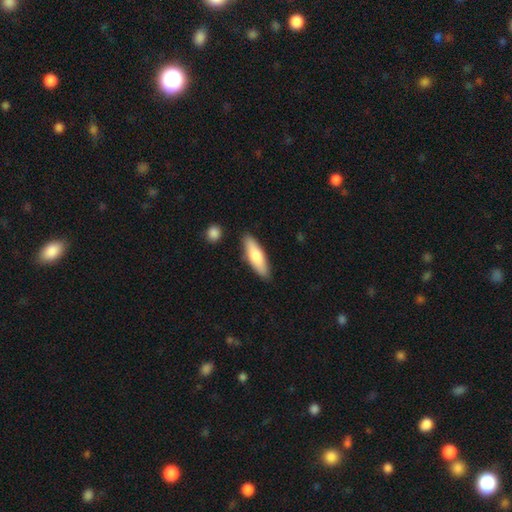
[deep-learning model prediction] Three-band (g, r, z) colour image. It shows a smooth galaxy with no disk features (73%) that is cigar-shaped (55%). Merging: none (85%).